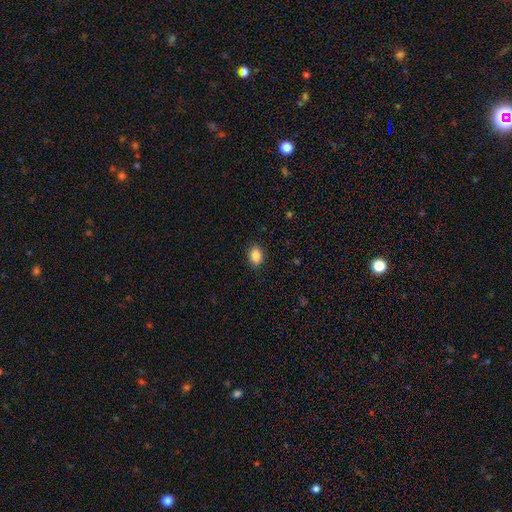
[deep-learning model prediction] A smooth galaxy with no disk features (86%) that is in between round and cigar-shaped (75%). Merging: none (88%).